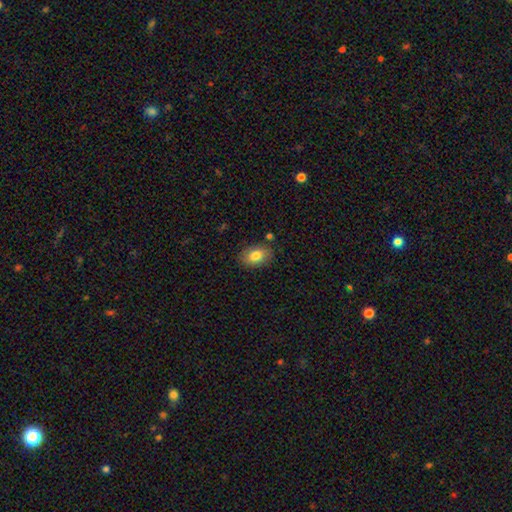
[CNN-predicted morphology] The model was most divided on "smooth or featured": smooth: 81%, featured or disk: 11%, star or artifact: 8%. More confident: how rounded — in between (87%); merging — none (84%).